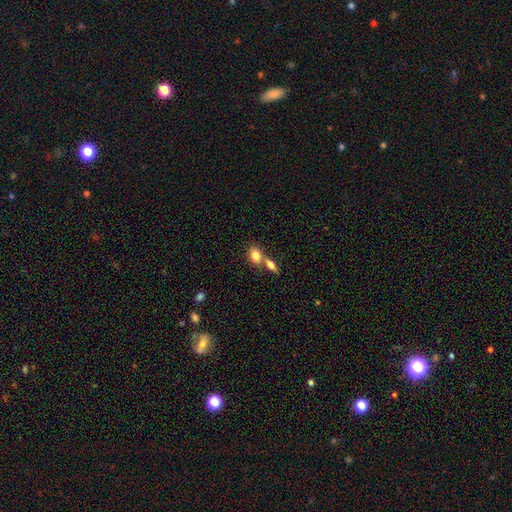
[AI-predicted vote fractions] A smooth galaxy with no disk features (81%) that is in between round and cigar-shaped (69%). Merging: merger (52%).